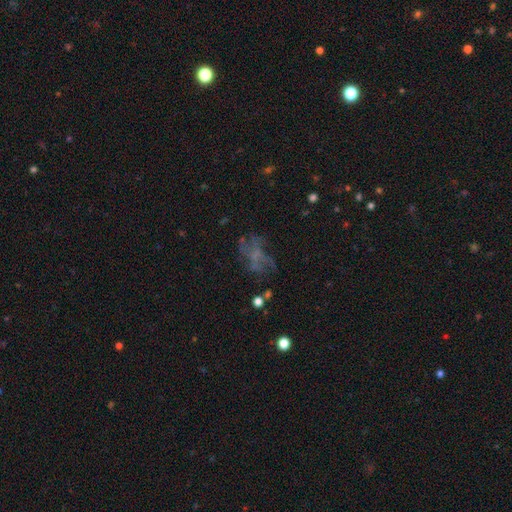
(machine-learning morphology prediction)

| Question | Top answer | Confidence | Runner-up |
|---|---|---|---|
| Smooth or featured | featured or disk | 51% | smooth (26%) |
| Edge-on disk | no | 97% | yes (3%) |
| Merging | none | 49% | major disturbance (30%) |